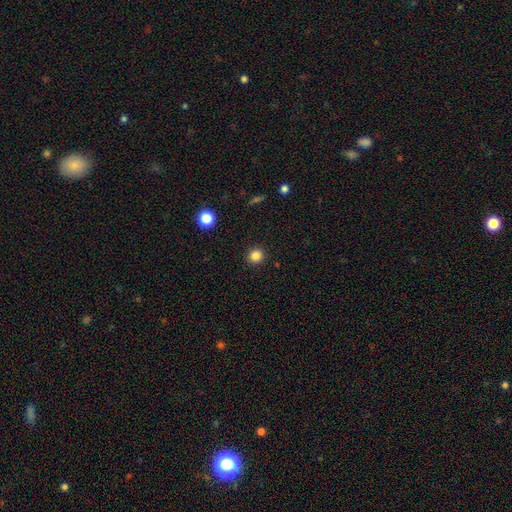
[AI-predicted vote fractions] This is clearly a smooth galaxy (83%). How rounded: clearly round (93%). Merging: clearly none (92%).